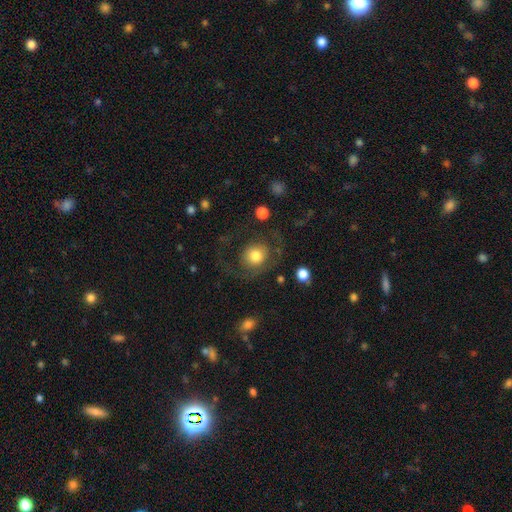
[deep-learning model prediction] Morphology: type=smooth (58%); roundness=round (71%); merging=none (53%).